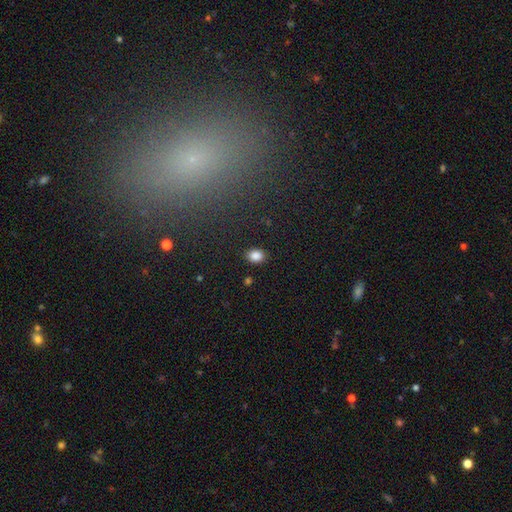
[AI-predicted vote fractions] This is clearly a smooth galaxy (86%). How rounded: possibly in between (57%). Merging: clearly none (87%).